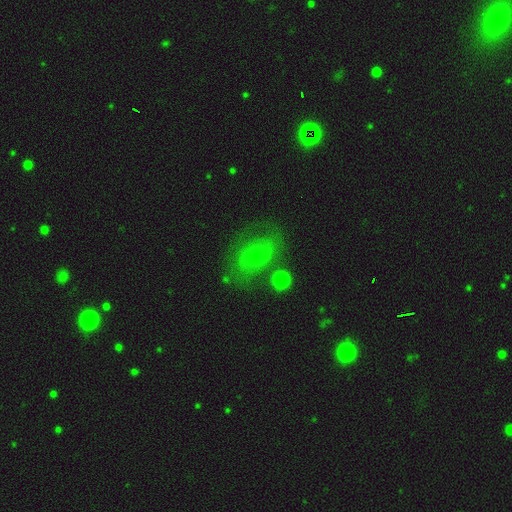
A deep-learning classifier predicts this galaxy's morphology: smooth-or-featured: smooth: 41% | featured or disk: 38% | star or artifact: 21%
  merging: none: 69% | minor disturbance: 17% | major disturbance: 9% | merger: 6%